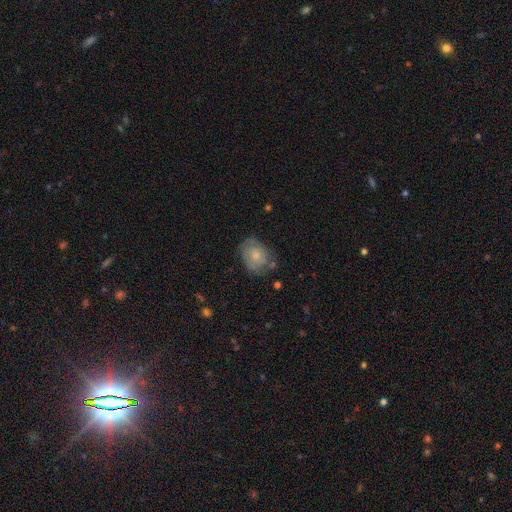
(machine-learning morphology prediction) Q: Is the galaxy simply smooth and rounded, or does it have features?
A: smooth — 63%.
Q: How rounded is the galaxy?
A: in between — 57%.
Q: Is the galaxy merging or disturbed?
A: none — 59%.